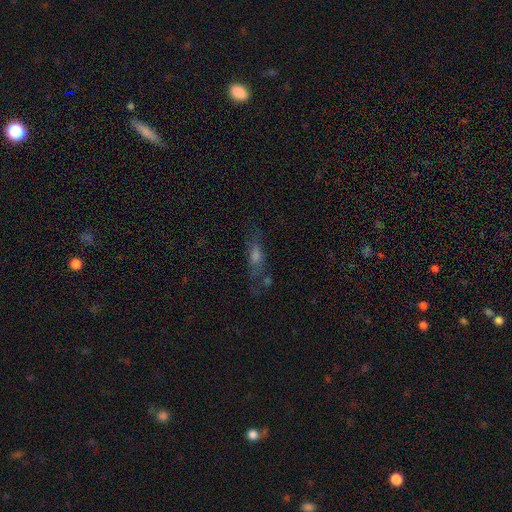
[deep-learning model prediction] Q: Smooth or featured?
A: smooth (40%); runner-up: featured or disk (37%)
Q: Merging?
A: none (63%); runner-up: minor disturbance (19%)